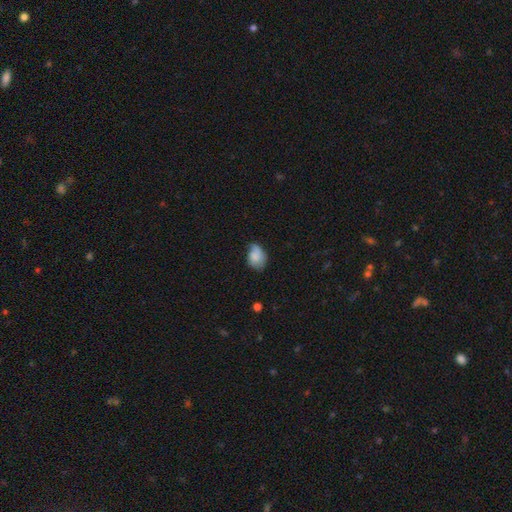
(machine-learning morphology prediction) Overall: smooth (65%; featured or disk 26%). How rounded: in between (73%). Merging: minor disturbance (39%, tied with none).